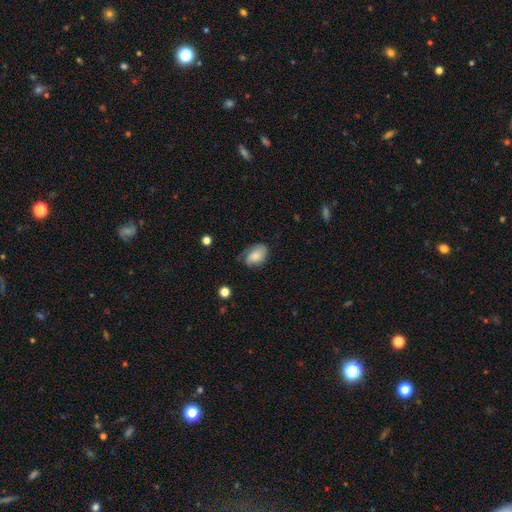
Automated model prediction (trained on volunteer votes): A smooth galaxy with no disk features (65%) that is in between round and cigar-shaped (80%). Merging: none (54%).